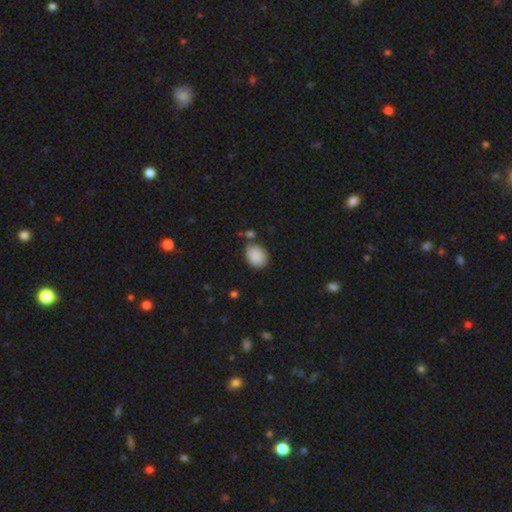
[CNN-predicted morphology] A smooth galaxy with no disk features (89%) that is in between round and cigar-shaped (56%).

Vote fractions:
- Smooth or featured? smooth: 89% / star or artifact: 7% / featured or disk: 4%
- How rounded? in between: 56% / round: 43% / cigar-shaped: 1%
- Merging? none: 75% / minor disturbance: 14% / merger: 7% / major disturbance: 4%